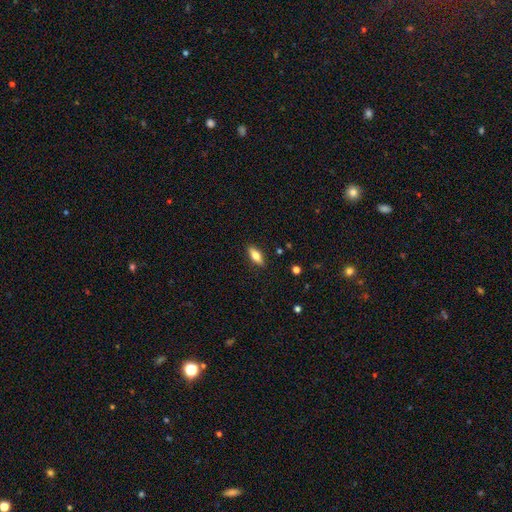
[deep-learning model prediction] Morphology: type=smooth (74%); roundness=in between (74%); merging=none (88%).